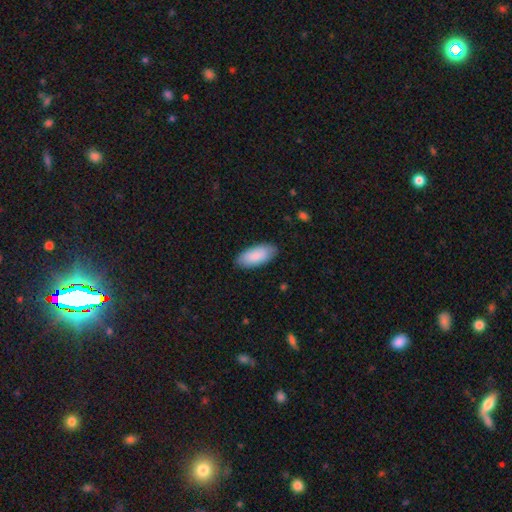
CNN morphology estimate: This is clearly a smooth galaxy (88%). How rounded: clearly in between (90%). Merging: clearly none (86%).